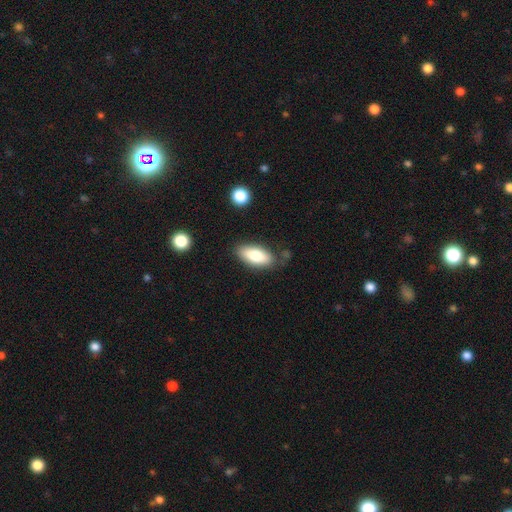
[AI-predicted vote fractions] This is likely a smooth galaxy (79%). How rounded: clearly in between (84%). Merging: likely none (80%).